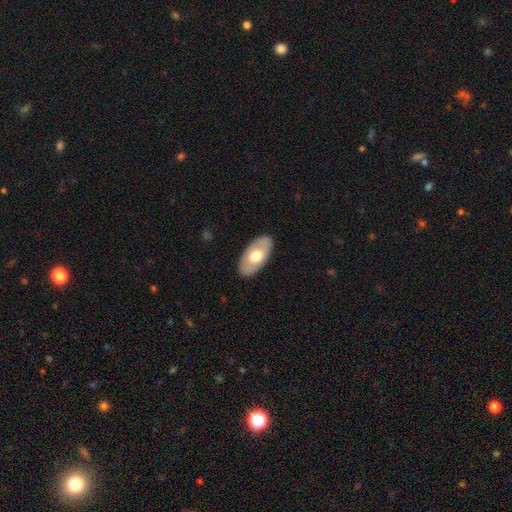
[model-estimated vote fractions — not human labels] Smooth or featured? Predicted: smooth (p=0.57). How rounded? Predicted: in between (p=0.94). Merging? Predicted: none (p=0.86).